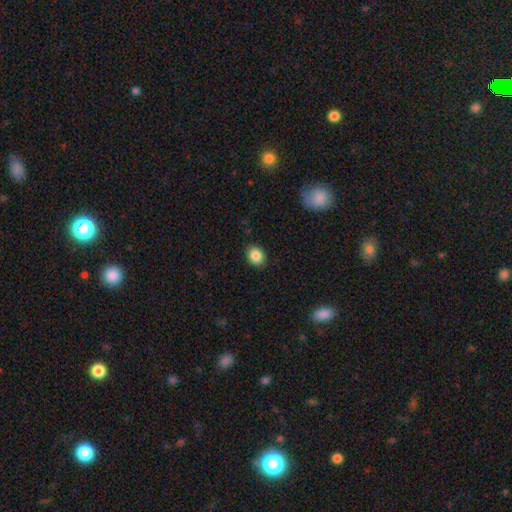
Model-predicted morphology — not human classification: A smooth galaxy with no disk features (87%) that is in between round and cigar-shaped (51%). Merging: none (89%).